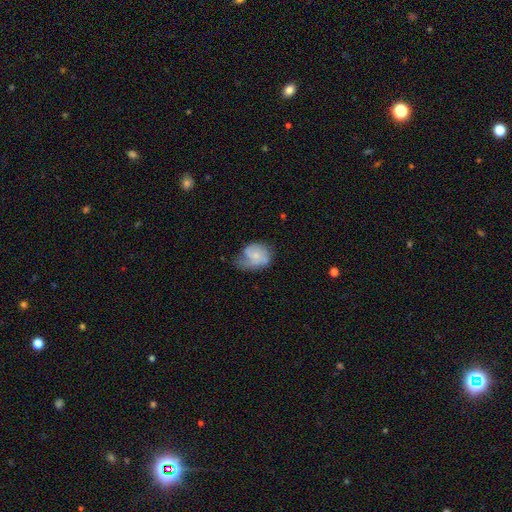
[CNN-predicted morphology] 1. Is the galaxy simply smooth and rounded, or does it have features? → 52% featured or disk, 40% smooth, 7% star or artifact.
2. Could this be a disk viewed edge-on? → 97% no, 3% yes.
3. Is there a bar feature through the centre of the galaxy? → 76% no, 22% weak, 3% strong.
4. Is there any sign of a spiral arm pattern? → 81% yes, 19% no.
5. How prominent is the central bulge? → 65% small, 23% moderate, 8% none, 2% large, 1% dominant.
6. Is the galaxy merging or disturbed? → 40% none, 35% minor disturbance, 23% major disturbance, 2% merger.